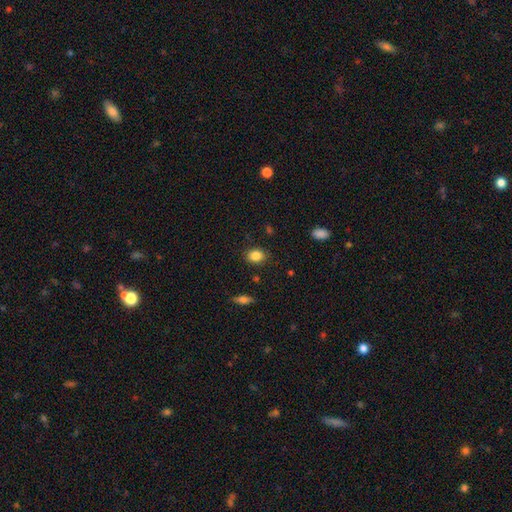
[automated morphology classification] smooth 85%, star or artifact 9%, featured or disk 6%. Down the decision tree: how rounded — in between (61%); merging — none (86%).